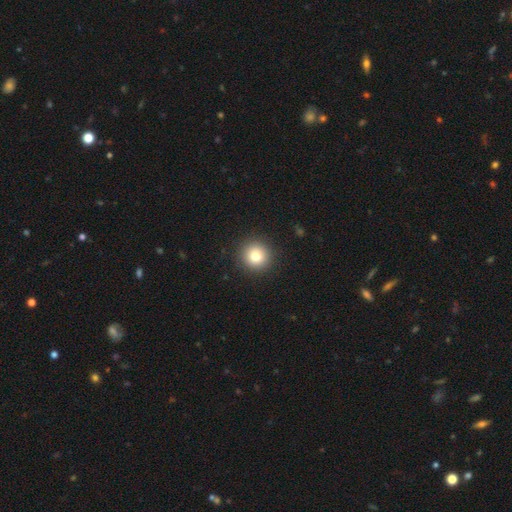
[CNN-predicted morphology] This appears to be a smooth galaxy with no disk features (79%) that is round (94%). Merging: none (92%).